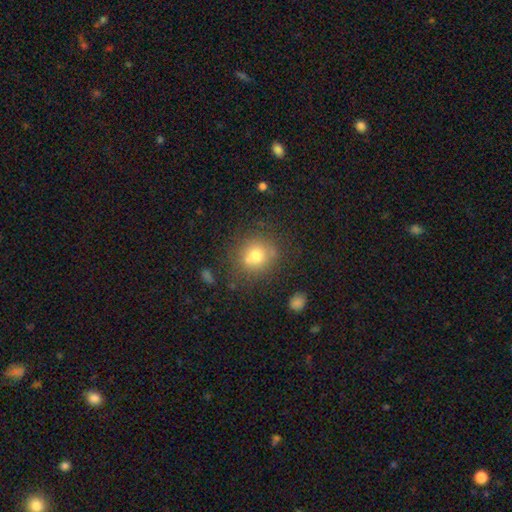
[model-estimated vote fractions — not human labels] Smooth or featured? smooth (72%)
How rounded? round (83%)
Merging? none (70%)